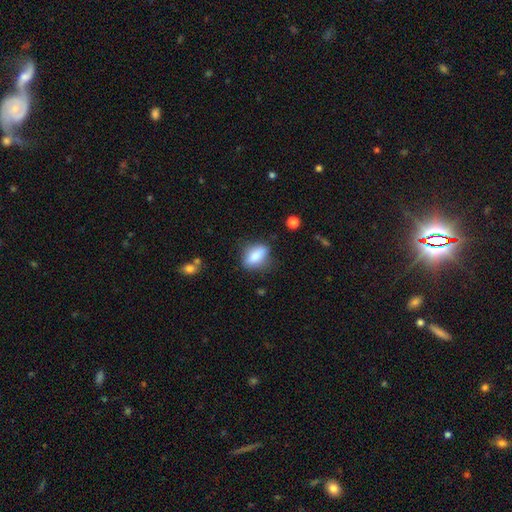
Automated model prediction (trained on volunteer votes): Overall: smooth (81%). How rounded: in between (80%). Merging: none (73%).